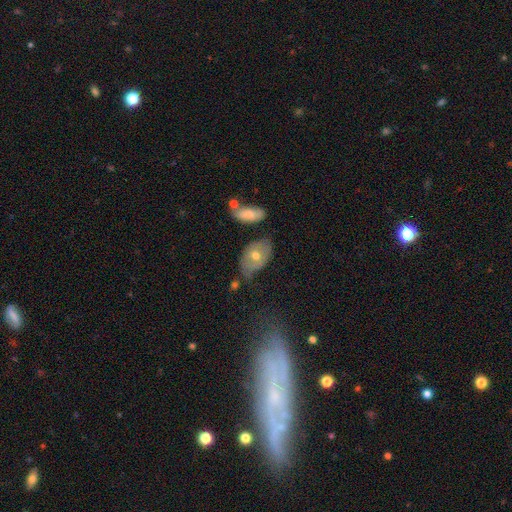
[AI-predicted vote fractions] Morphology: type=smooth (57%); roundness=in between (88%); merging=none (46%).